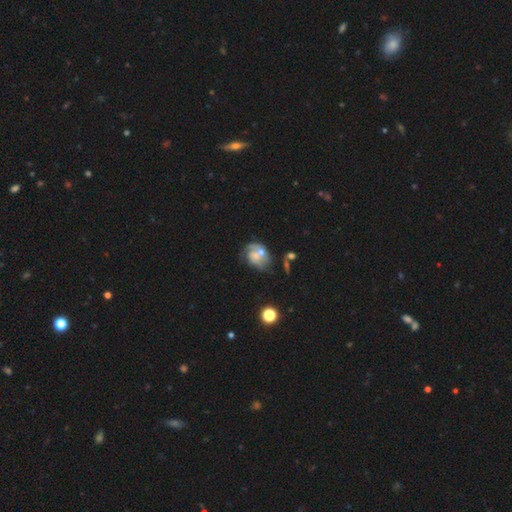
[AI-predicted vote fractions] Smooth or featured: featured or disk — 57% (smooth — 33%)
Edge-on disk: no — 97% (yes — 3%)
Bar: no — 80% (weak — 17%)
Spiral arms: yes — 59% (no — 41%)
Bulge size: small — 46% (moderate — 32%)
Merging: none — 30% (merger — 27%)